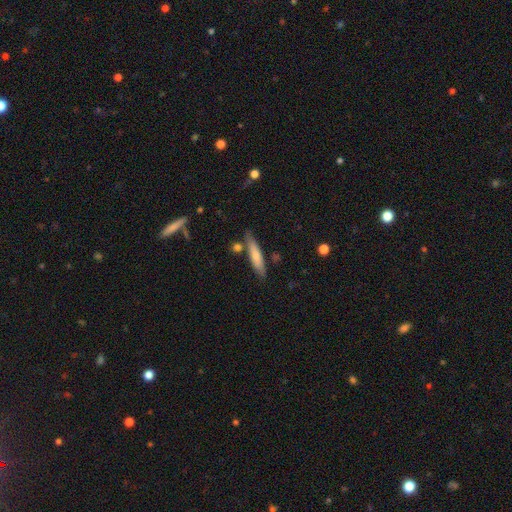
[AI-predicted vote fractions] Overall: smooth (67%; featured or disk 27%). How rounded: cigar-shaped (84%). Merging: none (78%).